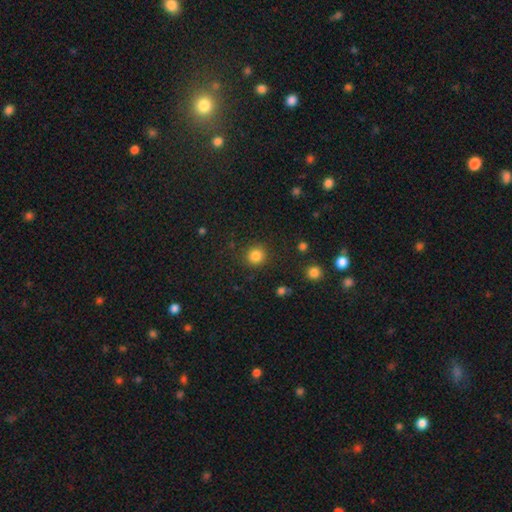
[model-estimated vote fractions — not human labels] A smooth galaxy with no disk features (84%) that is round (91%).

Vote fractions:
- Smooth or featured? smooth: 84% / star or artifact: 11% / featured or disk: 4%
- How rounded? round: 91% / in between: 8% / cigar-shaped: 1%
- Merging? none: 88% / minor disturbance: 7% / major disturbance: 3% / merger: 2%